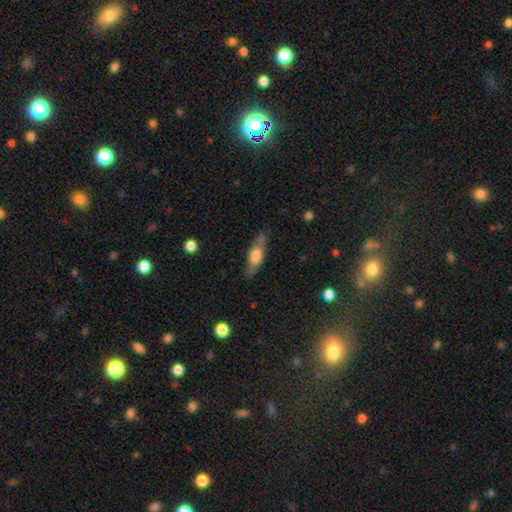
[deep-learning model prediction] Smooth or featured? Predicted: smooth (p=0.56). How rounded? Predicted: in between (p=0.51). Merging? Predicted: none (p=0.75).